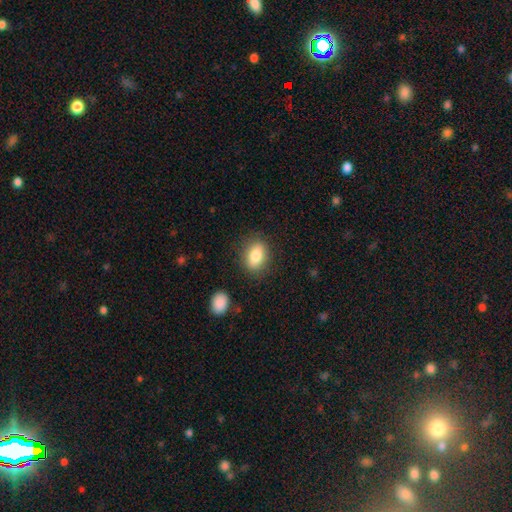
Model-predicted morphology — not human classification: smooth 81%, featured or disk 11%, star or artifact 8%. Down the decision tree: how rounded — in between (81%); merging — none (83%).